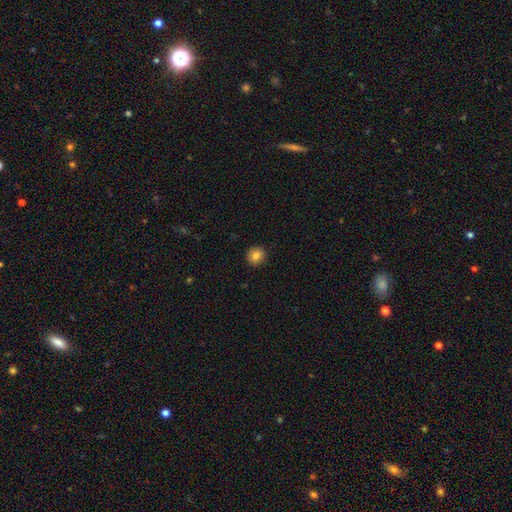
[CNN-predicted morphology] smooth-or-featured: smooth: 84% | star or artifact: 10% | featured or disk: 7%
  how-rounded: round: 90% | in between: 9% | cigar-shaped: 1%
  merging: none: 90% | minor disturbance: 7% | major disturbance: 2% | merger: 1%